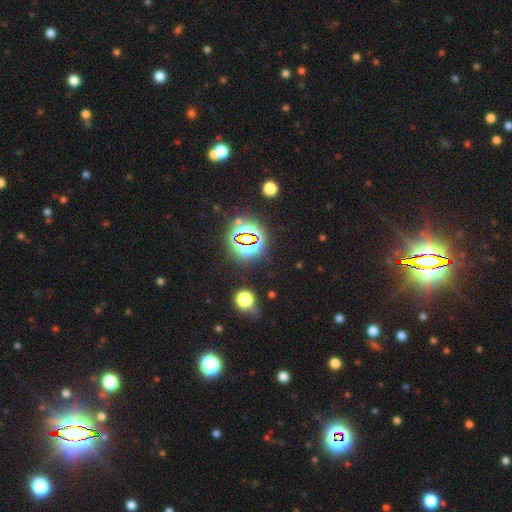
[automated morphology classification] A star or artifact, not a galaxy (82%).